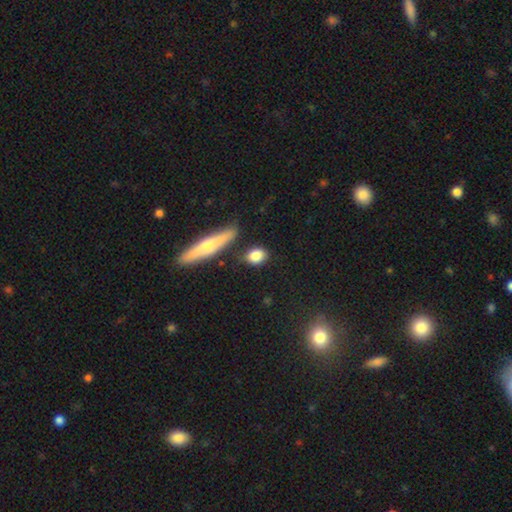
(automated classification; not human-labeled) This is clearly a smooth galaxy (83%). How rounded: possibly round (47%). Merging: likely none (78%).